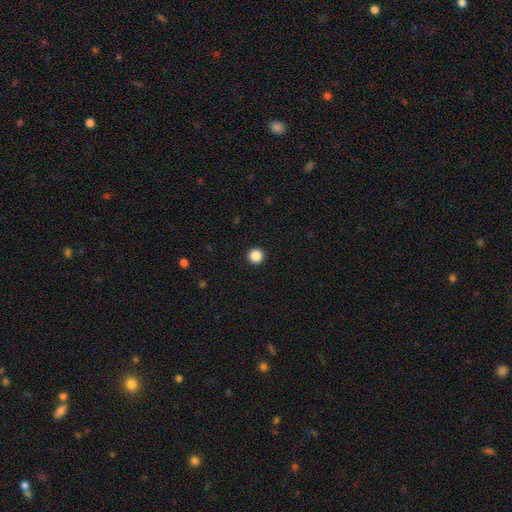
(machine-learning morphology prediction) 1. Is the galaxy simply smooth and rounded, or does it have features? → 87% smooth, 10% star or artifact, 2% featured or disk.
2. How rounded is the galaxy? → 96% round, 3% in between, 1% cigar-shaped.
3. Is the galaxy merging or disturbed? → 94% none, 4% minor disturbance, 1% major disturbance, 1% merger.